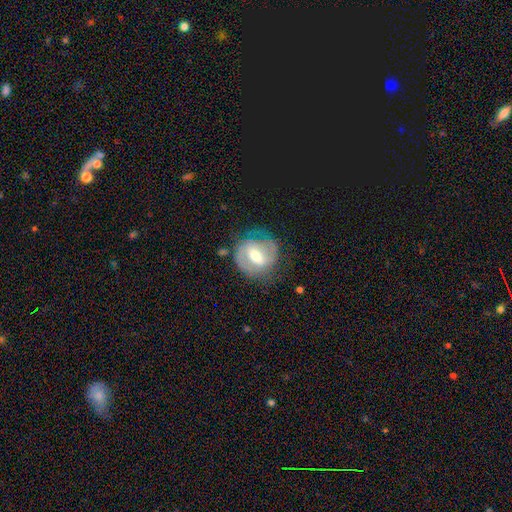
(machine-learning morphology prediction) This is likely a featured or disk galaxy (72%). It is clearly not viewed edge-on (96%). Bar: possibly weak (47%). Spiral arm pattern: likely yes (79%). Spiral arm count: likely 2 (76%). Spiral winding: marginally tight (43%). Central bulge: likely moderate (67%). Merging: likely none (68%).